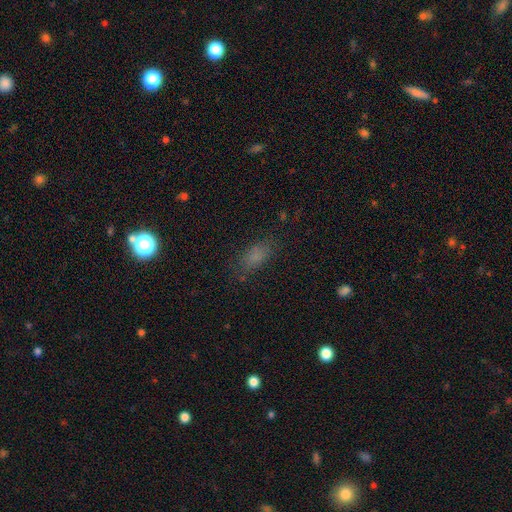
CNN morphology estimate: This is likely a smooth galaxy (76%). How rounded: clearly in between (82%). Merging: likely none (76%).